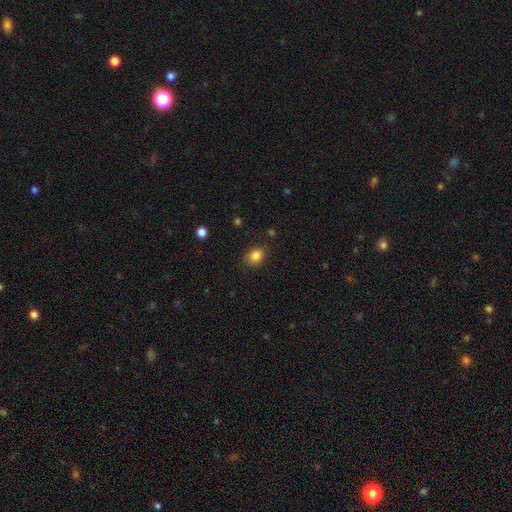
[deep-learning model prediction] Smooth or featured? smooth (85%)
How rounded? in between (61%)
Merging? none (78%)